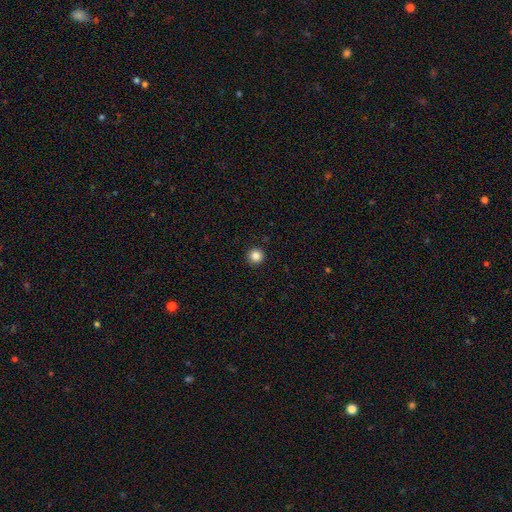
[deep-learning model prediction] Morphology: type=smooth (86%); roundness=round (96%); merging=none (93%).